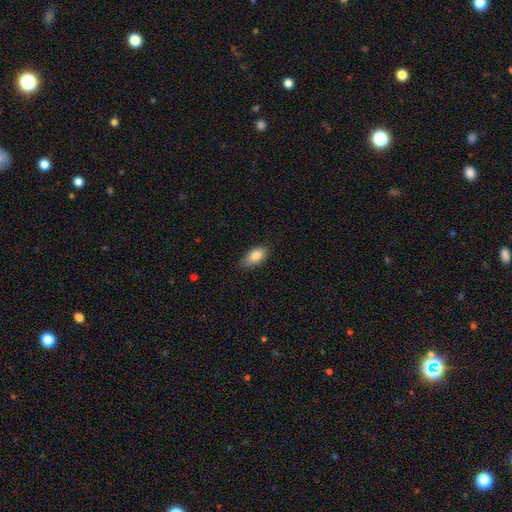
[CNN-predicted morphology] Smooth or featured? smooth (85%)
How rounded? in between (91%)
Merging? none (79%)